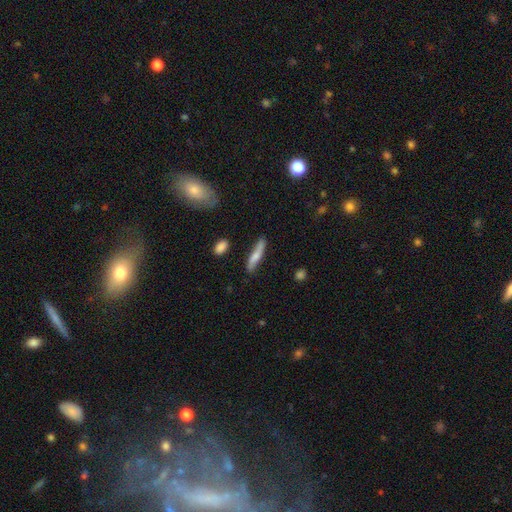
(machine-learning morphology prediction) type=smooth (60%); roundness=cigar-shaped (85%); merging=none (80%).